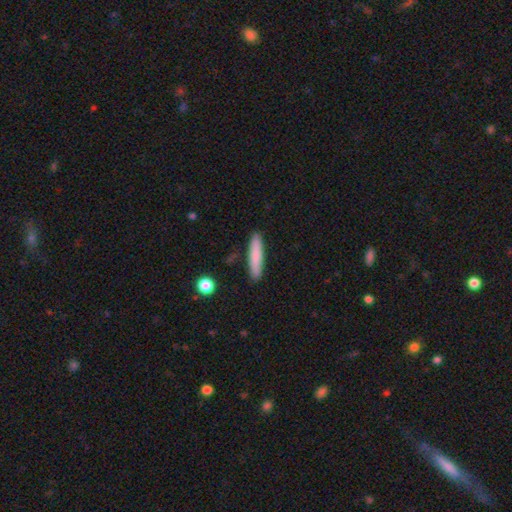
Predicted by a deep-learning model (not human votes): Smooth or featured? smooth (80%)
How rounded? cigar-shaped (89%)
Merging? none (88%)